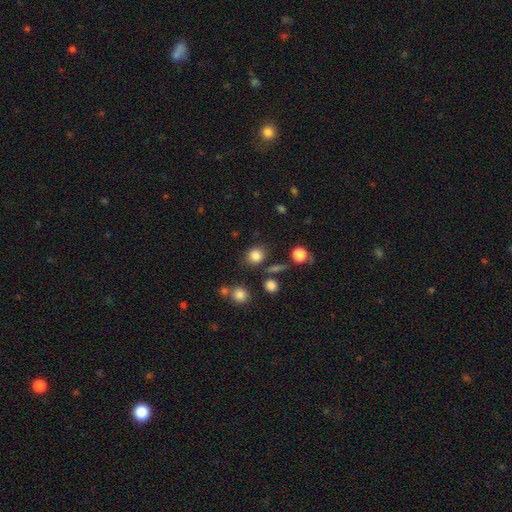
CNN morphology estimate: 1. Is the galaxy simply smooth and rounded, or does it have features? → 82% smooth, 12% star or artifact, 6% featured or disk.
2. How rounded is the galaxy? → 76% round, 23% in between, 1% cigar-shaped.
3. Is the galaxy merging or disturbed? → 78% none, 12% minor disturbance, 6% merger, 4% major disturbance.